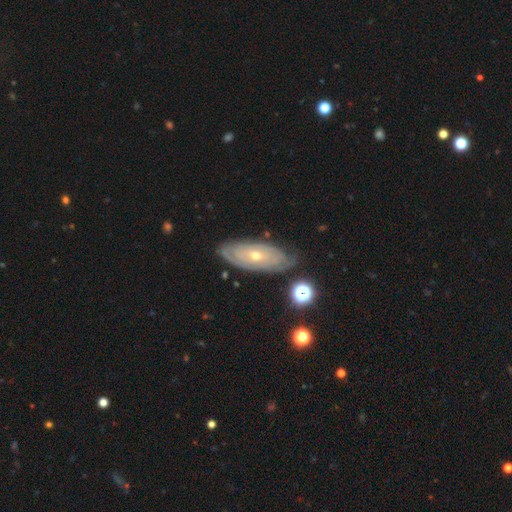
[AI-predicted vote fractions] Smooth or featured? Predicted: featured or disk (p=0.76). Edge-on disk? Predicted: no (p=0.87). Bar? Predicted: no (p=0.81). Spiral arms? Predicted: yes (p=0.80). Spiral winding? Predicted: tight (p=0.81). Spiral arm count? Predicted: can't tell (p=0.61). Bulge size? Predicted: small (p=0.62). Merging? Predicted: none (p=0.77).